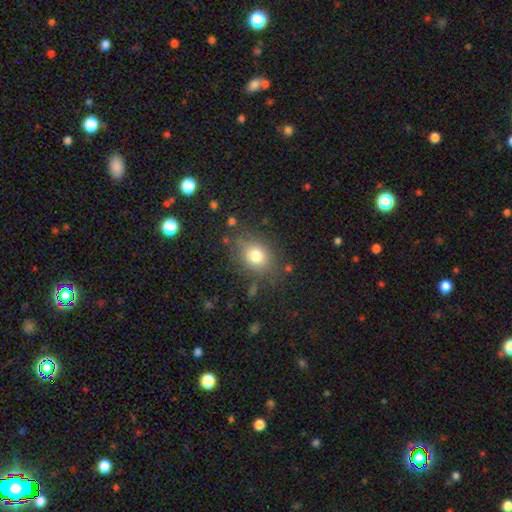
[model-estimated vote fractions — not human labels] smooth-or-featured: smooth: 77% | star or artifact: 12% | featured or disk: 11%
  how-rounded: round: 51% | in between: 48% | cigar-shaped: 1%
  merging: none: 78% | minor disturbance: 14% | major disturbance: 6% | merger: 3%